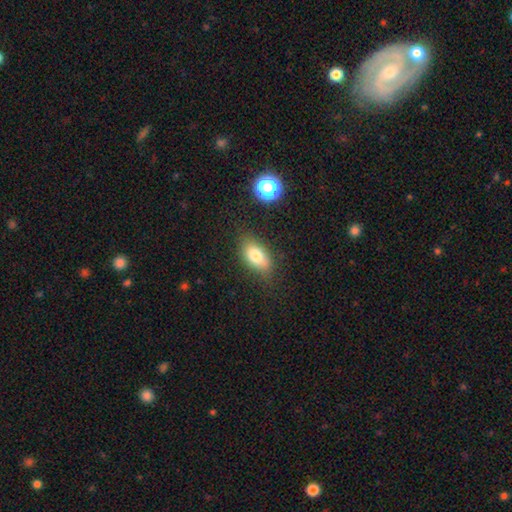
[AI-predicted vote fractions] This is likely a smooth galaxy (78%). How rounded: clearly in between (88%). Merging: likely none (79%).